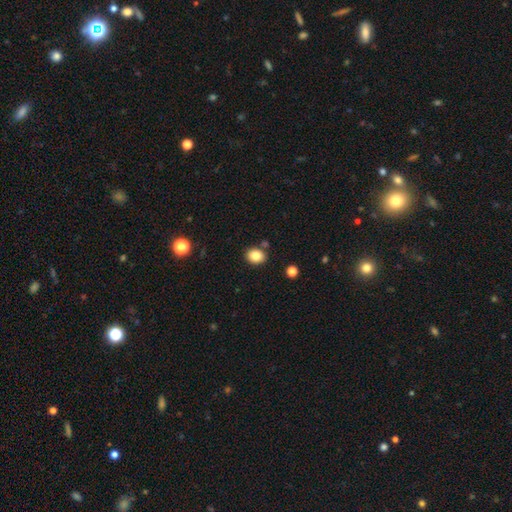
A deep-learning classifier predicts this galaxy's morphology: Overall: smooth (83%). How rounded: round (54%; in between 45%). Merging: none (83%).